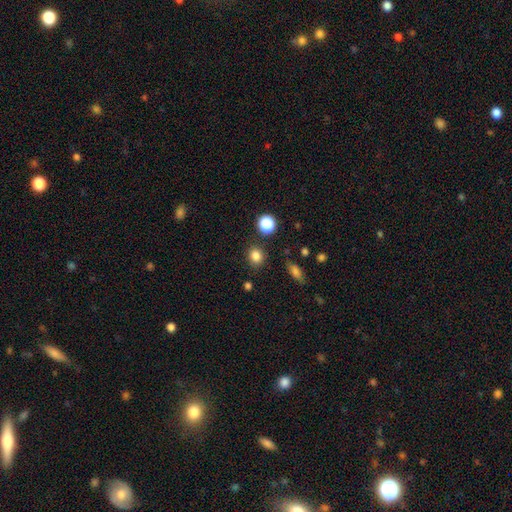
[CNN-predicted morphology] This appears to be a smooth galaxy with no disk features (83%) that is round (72%). Merging: none (85%).